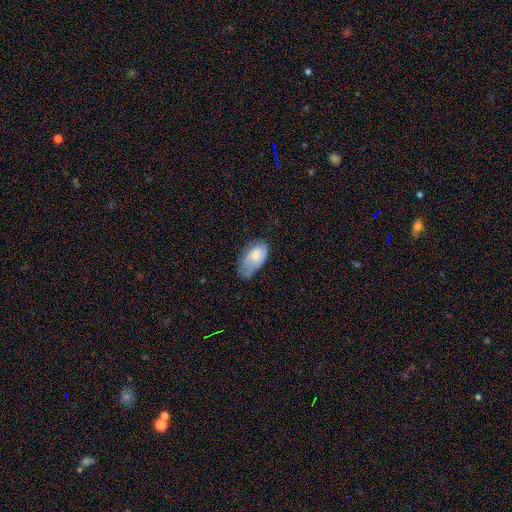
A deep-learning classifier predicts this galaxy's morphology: This appears to be a smooth galaxy with no disk features (72%) that is in between round and cigar-shaped (94%). Merging: minor disturbance (43%).